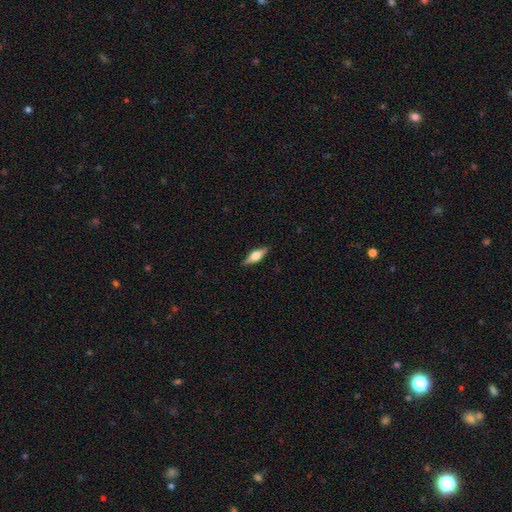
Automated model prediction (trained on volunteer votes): A featured or disk galaxy (48%). Merging: none (87%).